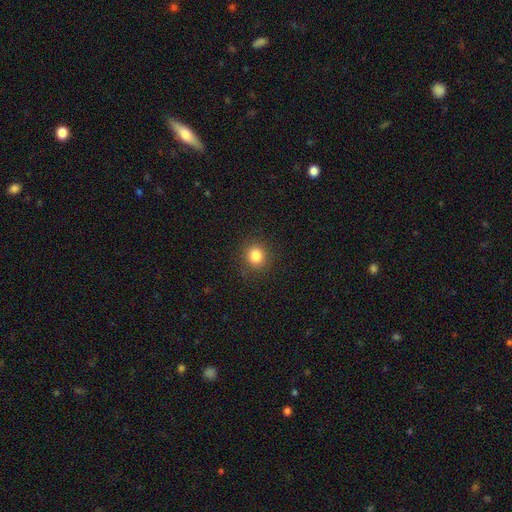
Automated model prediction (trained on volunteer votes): The model was most divided on "smooth or featured": smooth: 83%, star or artifact: 12%, featured or disk: 5%. More confident: merging — none (90%); how rounded — round (85%).